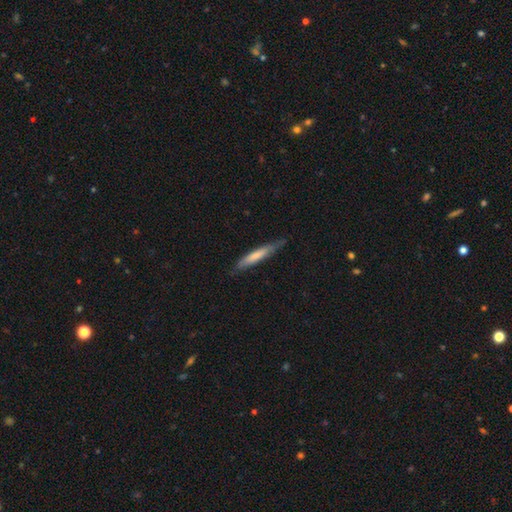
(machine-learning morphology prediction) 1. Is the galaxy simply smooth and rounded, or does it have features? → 65% smooth, 30% featured or disk, 5% star or artifact.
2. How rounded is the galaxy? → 90% cigar-shaped, 9% in between, 1% round.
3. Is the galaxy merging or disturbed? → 74% none, 21% minor disturbance, 4% major disturbance, 1% merger.